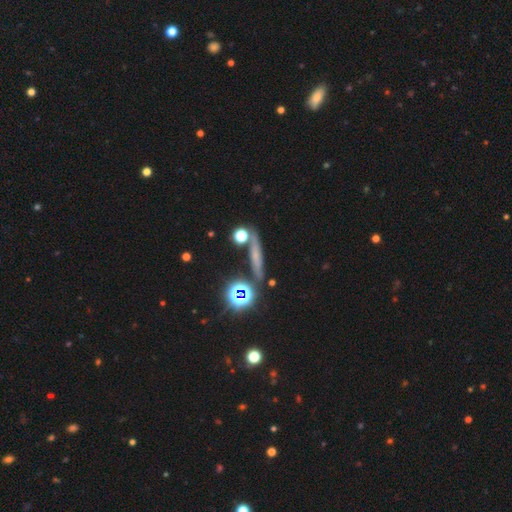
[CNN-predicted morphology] Smooth or featured: smooth — 42% (featured or disk — 30%)
Merging: none — 76% (minor disturbance — 12%)